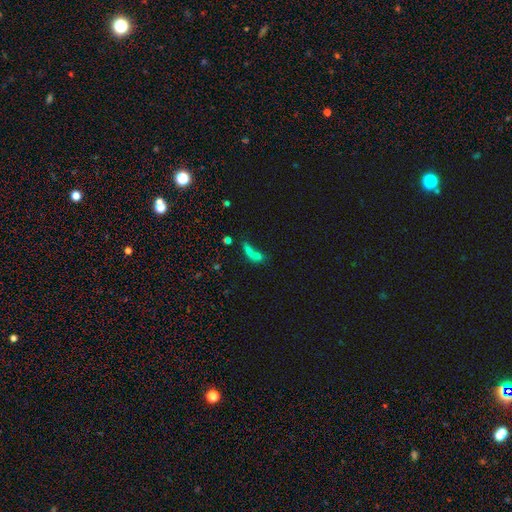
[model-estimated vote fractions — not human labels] This appears to be a smooth galaxy with no disk features (62%) that is in between round and cigar-shaped (50%). Merging: merger (51%).